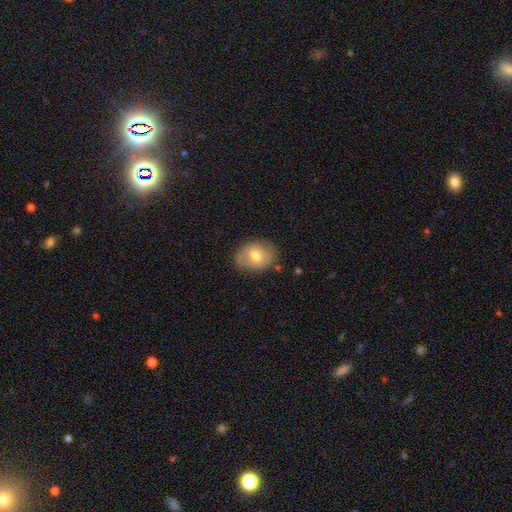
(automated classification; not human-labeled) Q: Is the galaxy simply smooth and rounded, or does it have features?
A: smooth — 61%.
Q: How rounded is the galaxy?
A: in between — 59%.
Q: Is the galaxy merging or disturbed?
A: none — 77%.